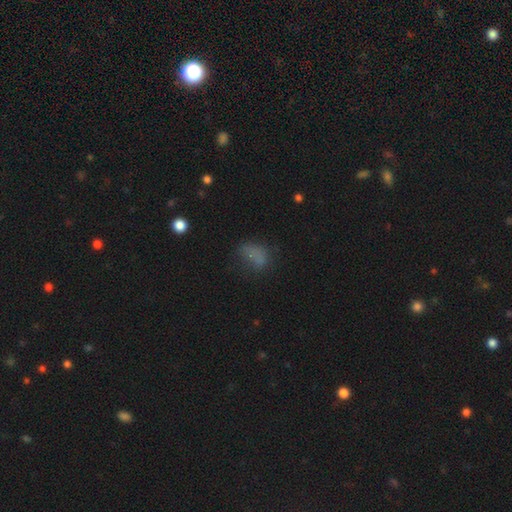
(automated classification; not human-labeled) A smooth galaxy with no disk features (68%) that is in between round and cigar-shaped (79%).

Vote fractions:
- Smooth or featured? smooth: 68% / star or artifact: 19% / featured or disk: 13%
- How rounded? in between: 79% / round: 17% / cigar-shaped: 4%
- Merging? none: 48% / minor disturbance: 25% / major disturbance: 23% / merger: 4%